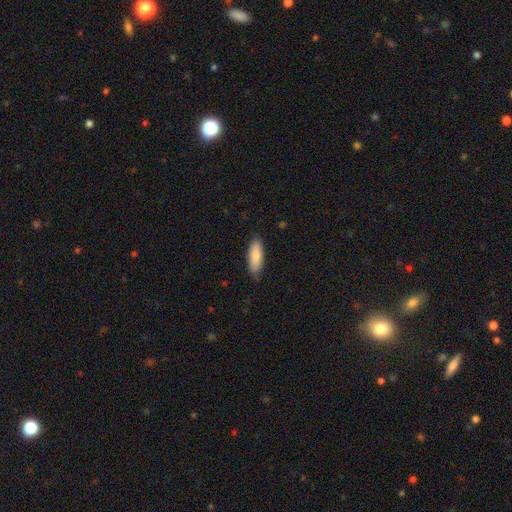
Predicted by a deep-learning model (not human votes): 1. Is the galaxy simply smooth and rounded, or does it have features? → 81% smooth, 13% featured or disk, 6% star or artifact.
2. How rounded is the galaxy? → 66% in between, 33% cigar-shaped, 2% round.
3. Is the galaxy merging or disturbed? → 83% none, 14% minor disturbance, 2% major disturbance, 1% merger.